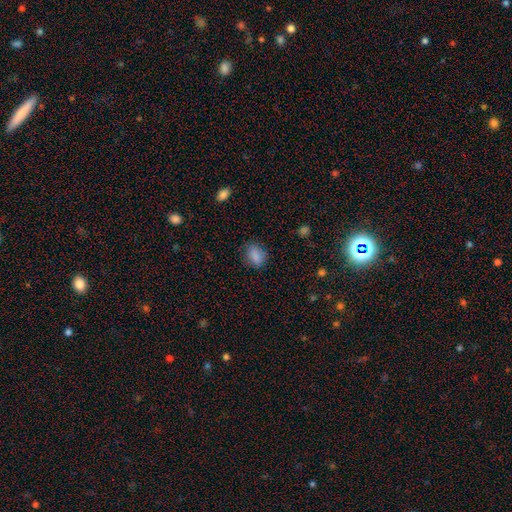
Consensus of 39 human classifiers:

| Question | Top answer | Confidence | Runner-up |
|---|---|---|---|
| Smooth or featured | smooth | 92% | featured or disk (5%) |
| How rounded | in between | 56% | round (42%) |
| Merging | none | 84% | minor disturbance (11%) |